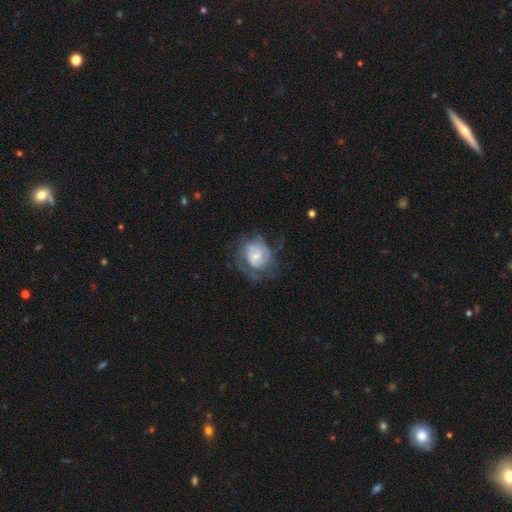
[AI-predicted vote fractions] Morphology: type=featured or disk (72%); edge-on=no (98%); bar=weak (46%); spiral arms=yes (85%); winding=tight (49%); arm count=2 (38%); bulge=small (57%); merging=none (53%).